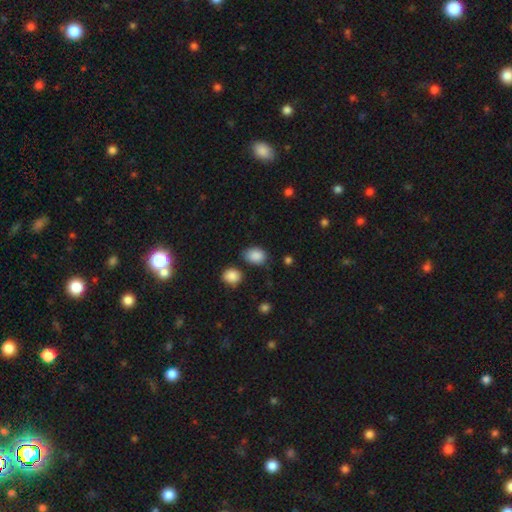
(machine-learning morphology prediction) This is clearly a smooth galaxy (87%). How rounded: likely in between (75%). Merging: likely none (71%).